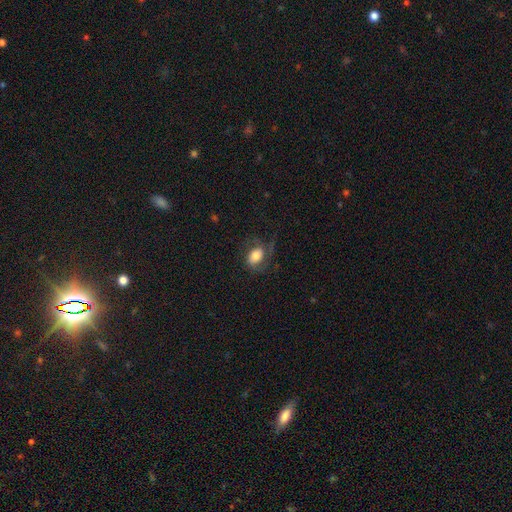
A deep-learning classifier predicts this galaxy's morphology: type=smooth (61%); roundness=in between (73%); merging=none (52%).